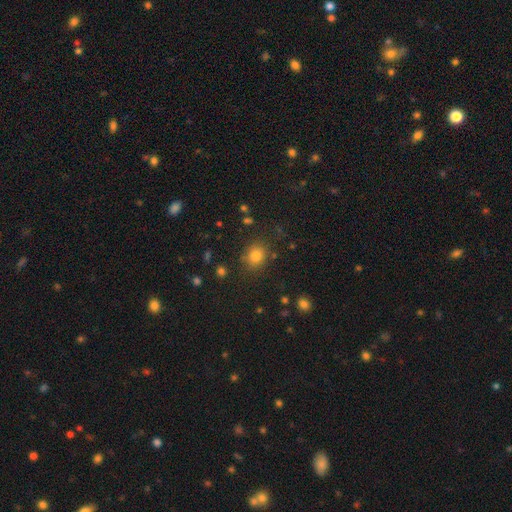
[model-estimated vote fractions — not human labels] Smooth or featured? Predicted: smooth (p=0.79). How rounded? Predicted: round (p=0.70). Merging? Predicted: none (p=0.83).